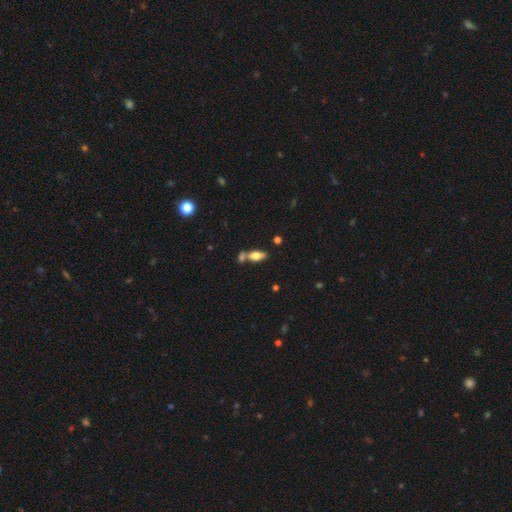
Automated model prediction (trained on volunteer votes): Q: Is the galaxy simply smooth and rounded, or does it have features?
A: smooth — 67%.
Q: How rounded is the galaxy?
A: in between — 81%.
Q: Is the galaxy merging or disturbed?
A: none — 52%.